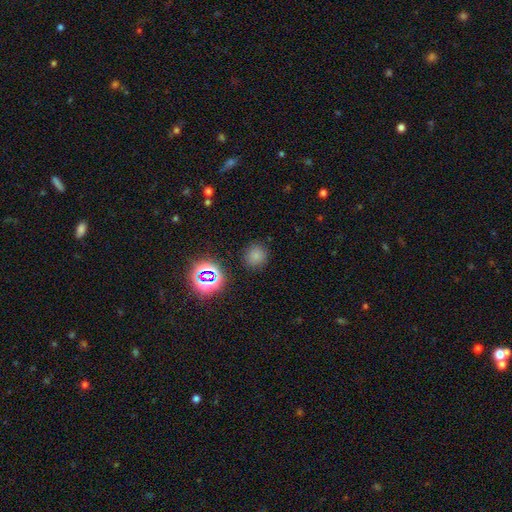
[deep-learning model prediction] This is likely a smooth galaxy (72%). How rounded: clearly round (87%). Merging: clearly none (86%).